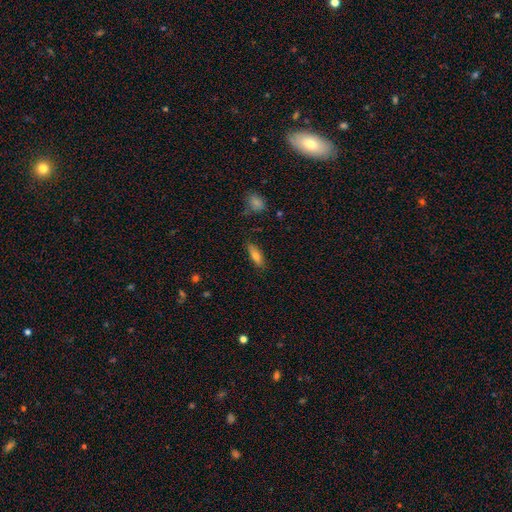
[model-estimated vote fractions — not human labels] Smooth or featured? Predicted: smooth (p=0.73). How rounded? Predicted: in between (p=0.52). Merging? Predicted: none (p=0.83).